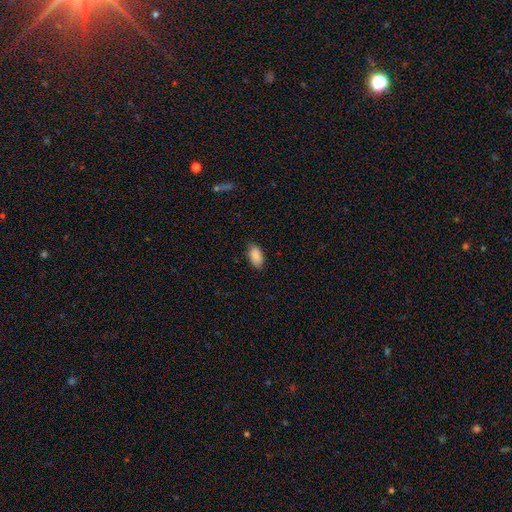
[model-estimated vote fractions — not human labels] smooth-or-featured: smooth: 89% | star or artifact: 7% | featured or disk: 4%
  how-rounded: in between: 94% | round: 4% | cigar-shaped: 2%
  merging: none: 83% | minor disturbance: 14% | major disturbance: 3% | merger: 1%